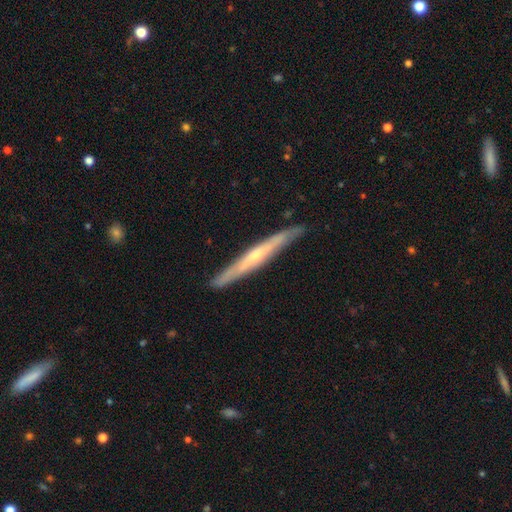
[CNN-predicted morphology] Q: Smooth or featured?
A: featured or disk (68%); runner-up: smooth (26%)
Q: Edge-on disk?
A: yes (93%); runner-up: no (7%)
Q: Edge-on bulge?
A: rounded (59%); runner-up: none (36%)
Q: Merging?
A: none (87%); runner-up: minor disturbance (10%)